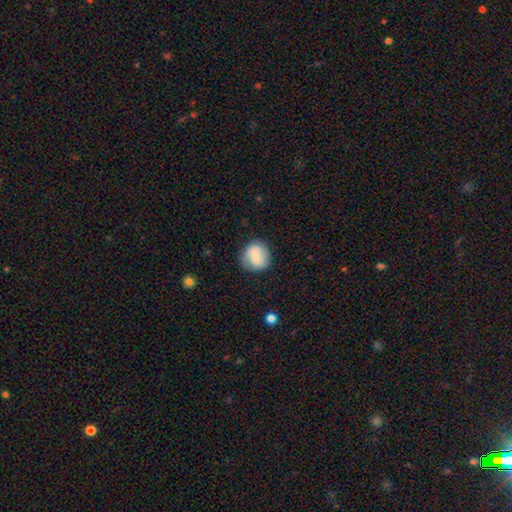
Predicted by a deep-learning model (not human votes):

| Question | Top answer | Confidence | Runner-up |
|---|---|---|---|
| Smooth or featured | smooth | 58% | featured or disk (35%) |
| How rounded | round | 86% | in between (13%) |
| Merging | none | 79% | minor disturbance (15%) |